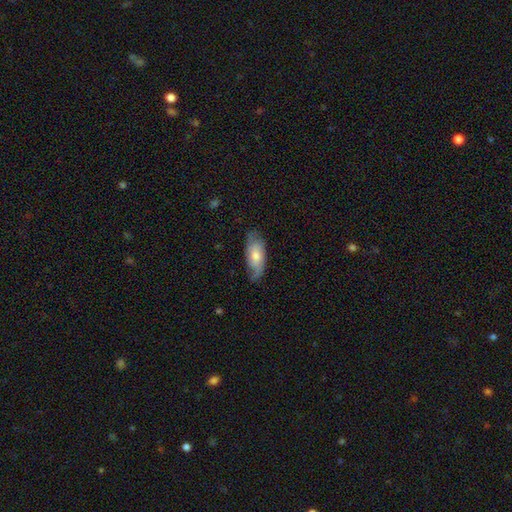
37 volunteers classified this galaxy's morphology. Smooth or featured: featured or disk — 59% (smooth — 38%)
Edge-on disk: no — 95% (yes — 5%)
Bar: no — 95% (strong — 5%)
Spiral arms: yes — 90% (no — 10%)
Spiral winding: medium — 42% (tied with loose — 42%)
Spiral arm count: 2 — 68% (1 — 16%)
Bulge size: moderate — 71% (large — 10%)
Merging: none — 75% (minor disturbance — 17%)